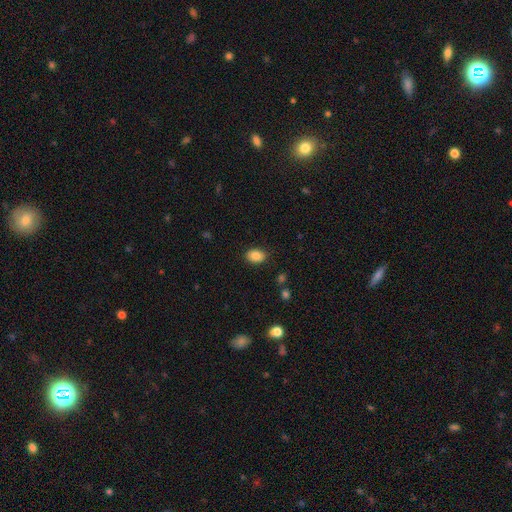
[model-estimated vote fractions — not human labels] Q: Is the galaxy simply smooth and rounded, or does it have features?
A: smooth — 87%.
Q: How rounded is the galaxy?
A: in between — 80%.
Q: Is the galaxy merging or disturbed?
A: none — 86%.